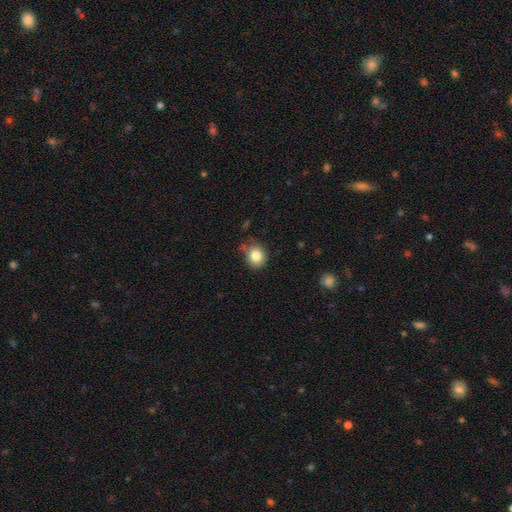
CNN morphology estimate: Overall: smooth (83%). How rounded: round (76%). Merging: none (70%).